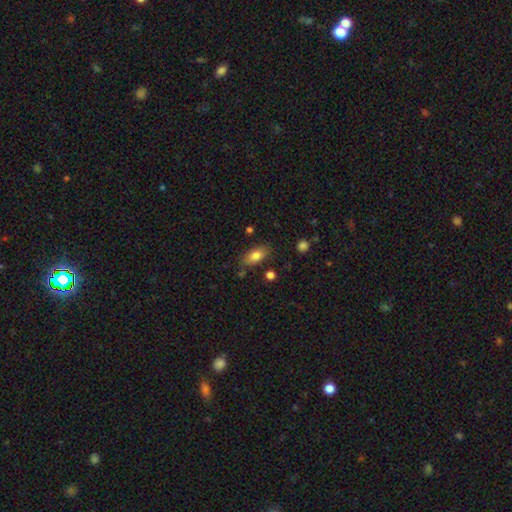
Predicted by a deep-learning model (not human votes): The model was most divided on "merging": none: 78%, minor disturbance: 14%, merger: 4%, major disturbance: 3%. More confident: how rounded — in between (84%); smooth or featured — smooth (78%).